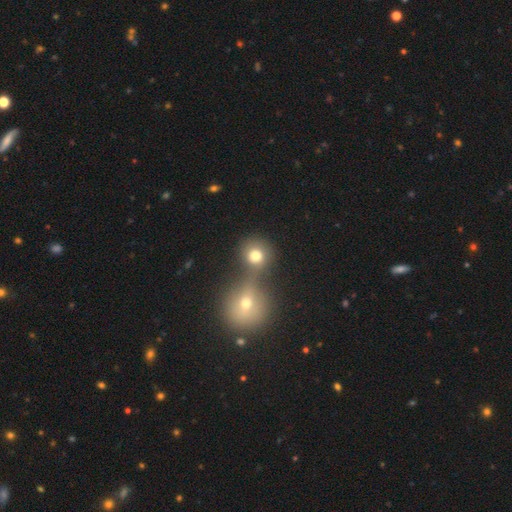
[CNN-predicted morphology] This appears to be a smooth galaxy with no disk features (75%) that is round (87%). Merging: none (46%).